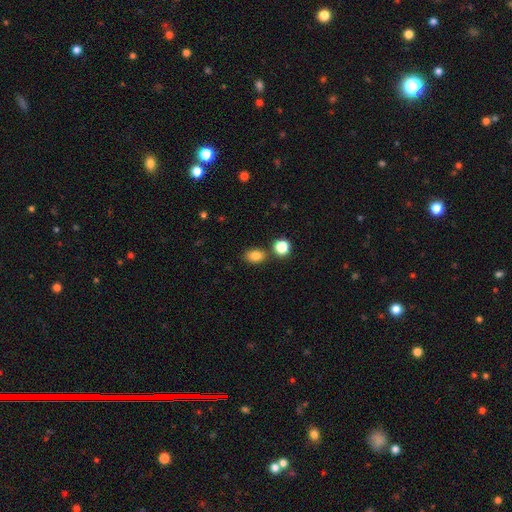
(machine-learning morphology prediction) This is clearly a smooth galaxy (82%). How rounded: likely in between (75%). Merging: likely none (77%).